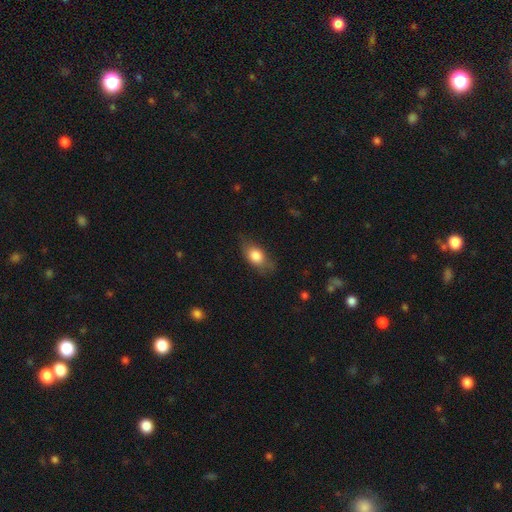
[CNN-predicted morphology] Smooth or featured? smooth (79%)
How rounded? in between (81%)
Merging? none (68%)